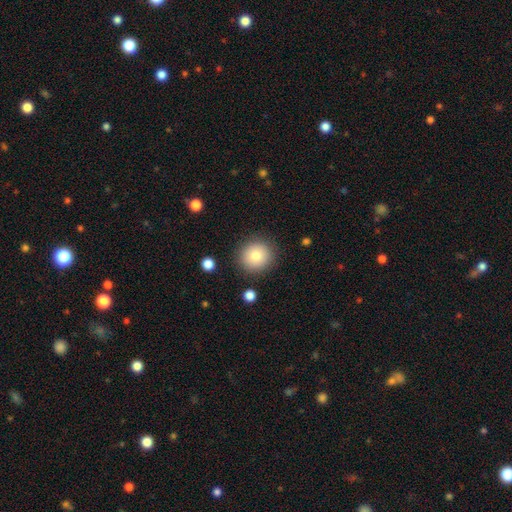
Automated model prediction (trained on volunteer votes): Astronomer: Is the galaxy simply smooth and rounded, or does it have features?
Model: smooth — 81%.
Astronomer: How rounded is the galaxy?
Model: round — 91%.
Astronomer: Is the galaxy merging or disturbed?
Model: none — 88%.